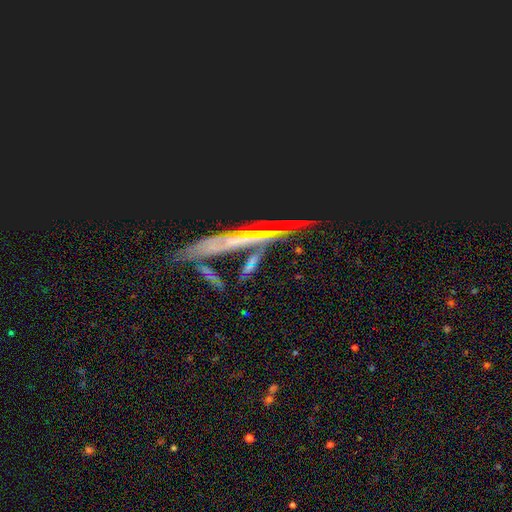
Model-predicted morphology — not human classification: Overall: featured or disk (48%; star or artifact 29%). Merging: none (59%).